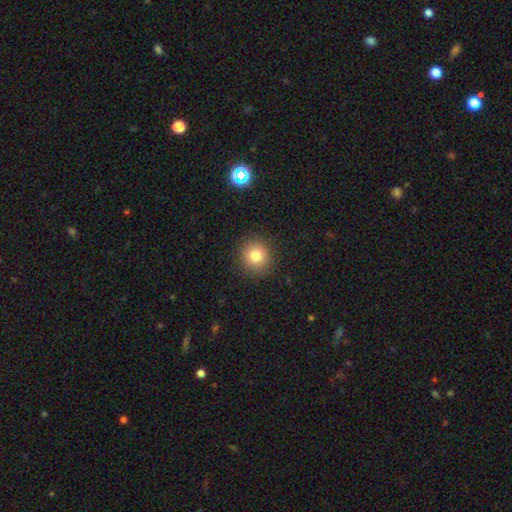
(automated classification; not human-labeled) This appears to be a smooth galaxy with no disk features (79%) that is round (92%). Merging: none (90%).